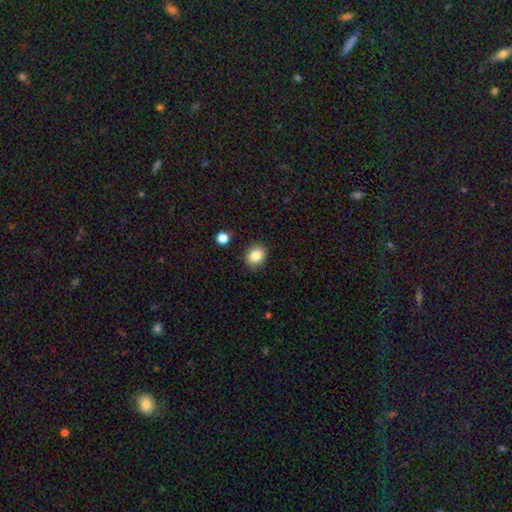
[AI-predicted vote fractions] Smooth or featured? Predicted: smooth (p=0.85). How rounded? Predicted: round (p=0.57). Merging? Predicted: none (p=0.86).